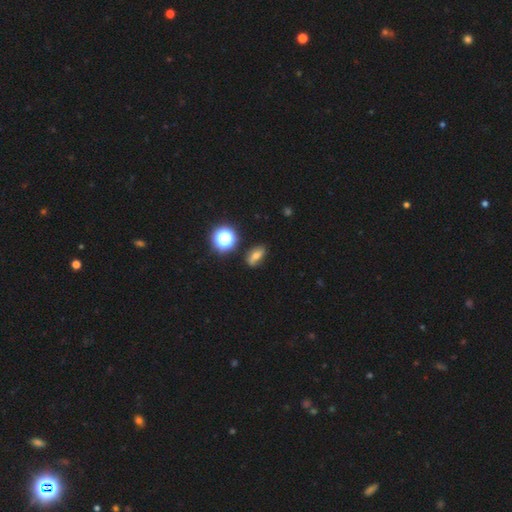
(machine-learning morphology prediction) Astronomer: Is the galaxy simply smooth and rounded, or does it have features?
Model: smooth — 55%.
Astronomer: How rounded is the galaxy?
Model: in between — 72%.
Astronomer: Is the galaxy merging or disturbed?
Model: none — 76%.